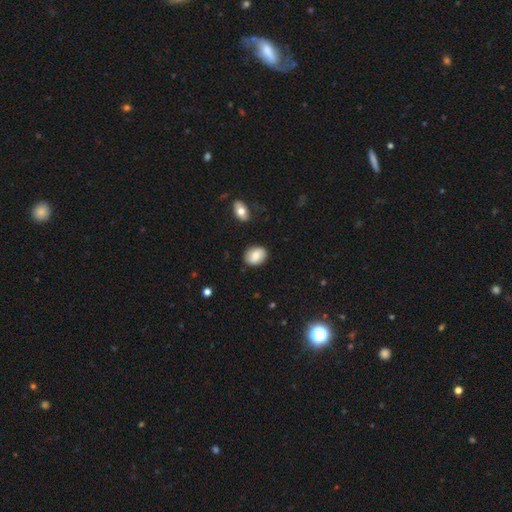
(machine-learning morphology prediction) Smooth or featured? Predicted: smooth (p=0.76). How rounded? Predicted: in between (p=0.66). Merging? Predicted: none (p=0.84).